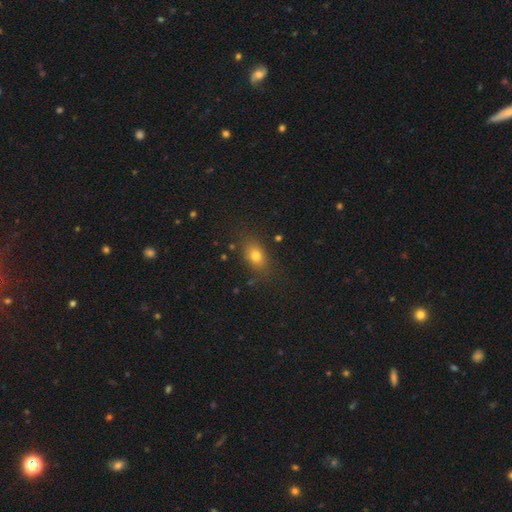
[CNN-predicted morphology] This appears to be a smooth galaxy with no disk features (75%) that is in between round and cigar-shaped (71%). Merging: none (80%).